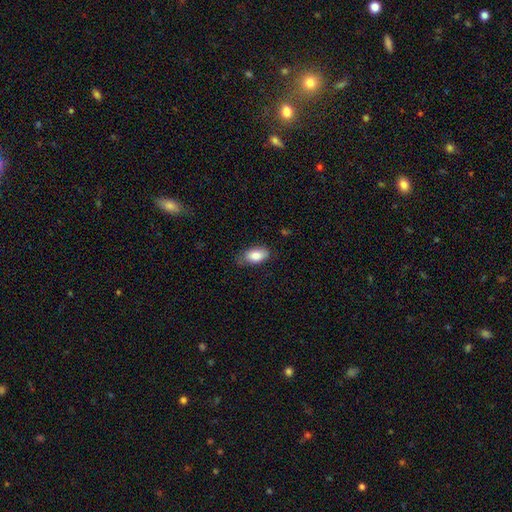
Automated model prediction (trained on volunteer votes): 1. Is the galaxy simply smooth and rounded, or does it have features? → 83% smooth, 10% featured or disk, 7% star or artifact.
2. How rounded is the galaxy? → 93% in between, 5% round, 3% cigar-shaped.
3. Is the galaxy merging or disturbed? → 73% none, 22% minor disturbance, 4% major disturbance, 1% merger.